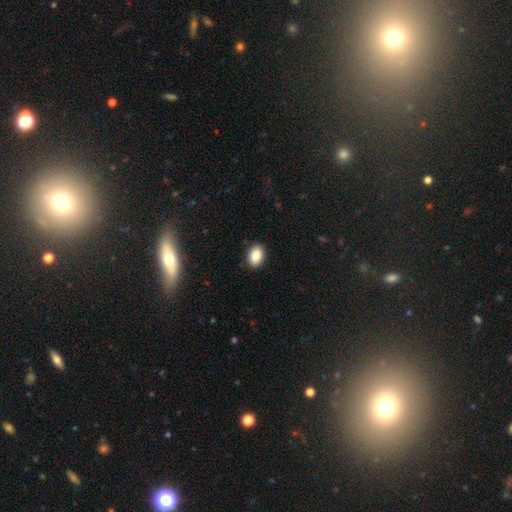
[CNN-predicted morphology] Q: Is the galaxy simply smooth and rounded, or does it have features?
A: smooth — 87%.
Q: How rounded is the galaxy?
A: in between — 85%.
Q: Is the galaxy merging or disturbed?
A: none — 90%.